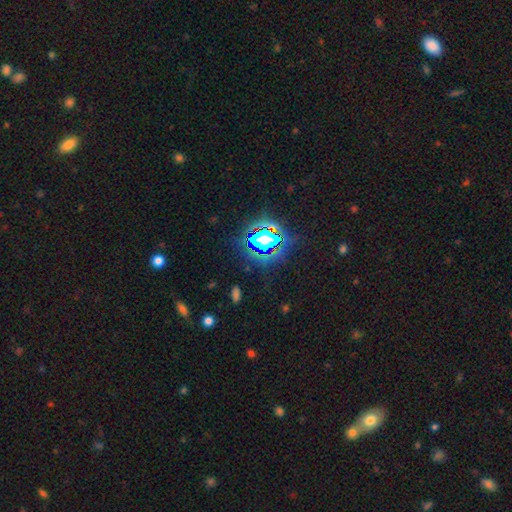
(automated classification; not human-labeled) Smooth or featured: star or artifact — 80% (smooth — 13%)